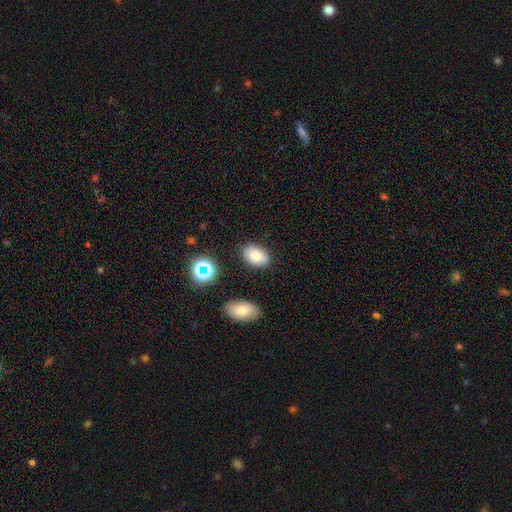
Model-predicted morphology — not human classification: Smooth or featured? smooth (78%)
How rounded? in between (87%)
Merging? none (82%)